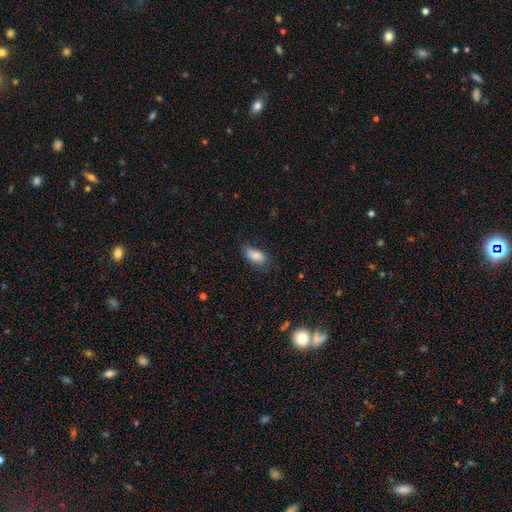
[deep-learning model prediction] Q: Smooth or featured?
A: smooth (83%); runner-up: featured or disk (10%)
Q: How rounded?
A: in between (91%); runner-up: cigar-shaped (5%)
Q: Merging?
A: none (65%); runner-up: minor disturbance (27%)